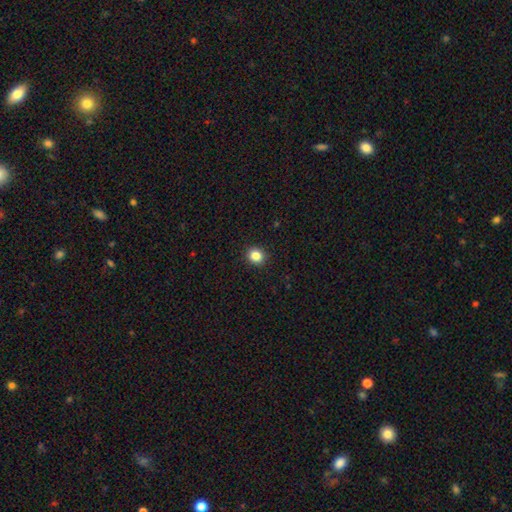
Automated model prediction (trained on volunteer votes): A smooth galaxy with no disk features (84%) that is round (82%). Merging: none (92%).